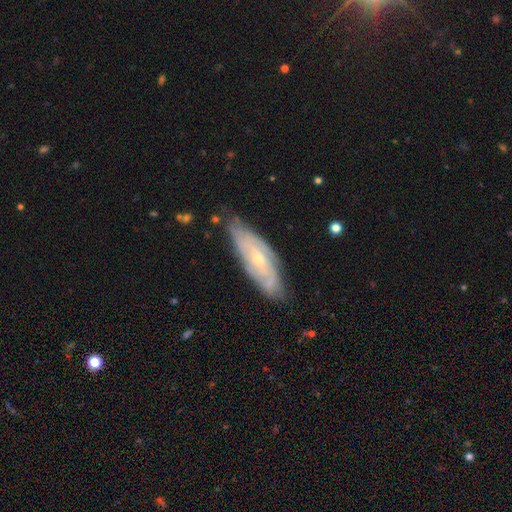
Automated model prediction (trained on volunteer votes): Overall: featured or disk (65%; smooth 26%). Edge-on disk: no (74%). Merging: none (76%).